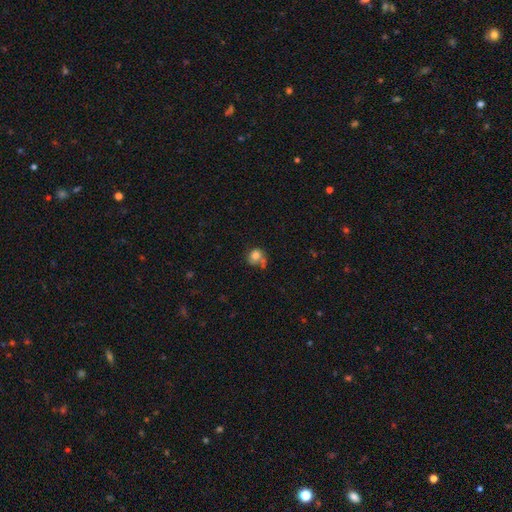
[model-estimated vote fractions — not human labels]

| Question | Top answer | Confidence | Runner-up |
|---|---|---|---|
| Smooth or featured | smooth | 74% | featured or disk (16%) |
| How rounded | round | 75% | in between (24%) |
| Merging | none | 43% | merger (23%) |